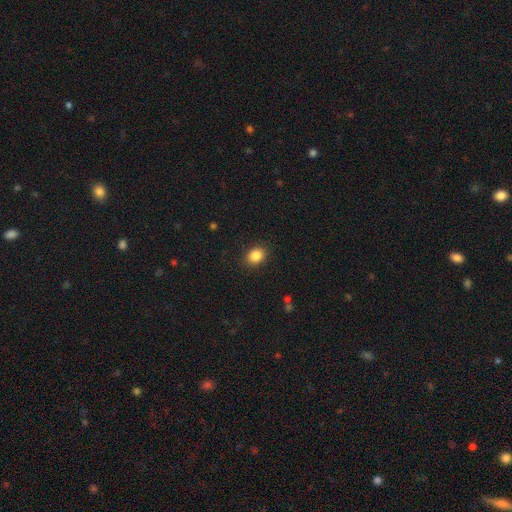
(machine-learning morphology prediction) smooth-or-featured: smooth: 85% | star or artifact: 10% | featured or disk: 5%
  how-rounded: in between: 50% | round: 49% | cigar-shaped: 1%
  merging: none: 89% | minor disturbance: 8% | major disturbance: 2% | merger: 1%